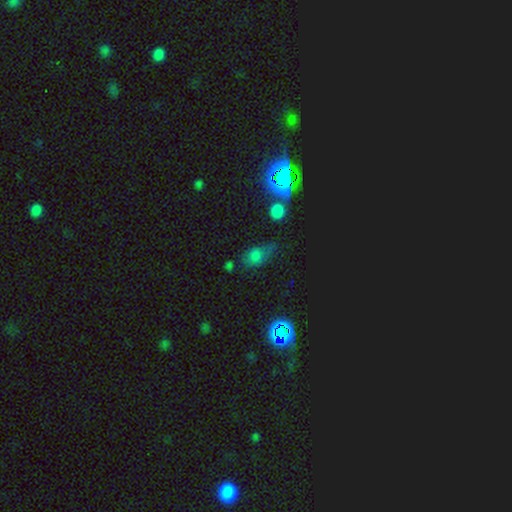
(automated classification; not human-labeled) This appears to be a smooth galaxy with no disk features (58%) that is in between round and cigar-shaped (66%). Merging: none (47%).